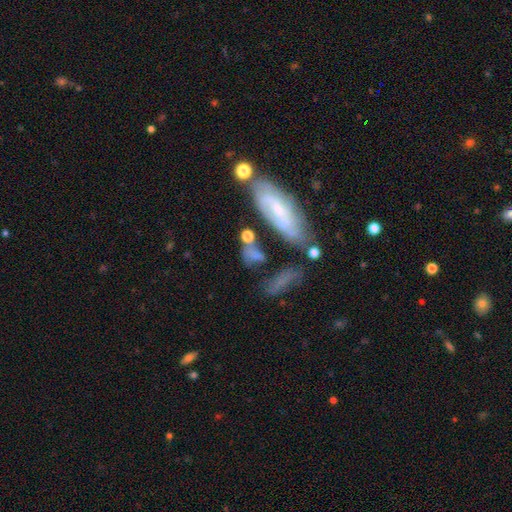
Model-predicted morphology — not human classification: type=smooth (48%); merging=none (48%).